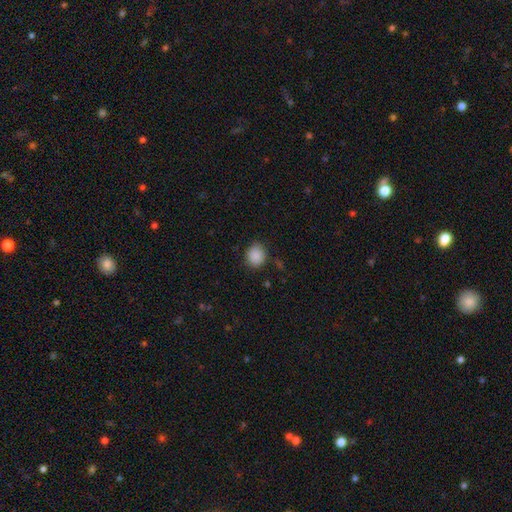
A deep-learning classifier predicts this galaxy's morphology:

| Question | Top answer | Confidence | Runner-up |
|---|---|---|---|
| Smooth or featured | smooth | 89% | star or artifact (9%) |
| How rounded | round | 75% | in between (24%) |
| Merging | none | 82% | minor disturbance (13%) |